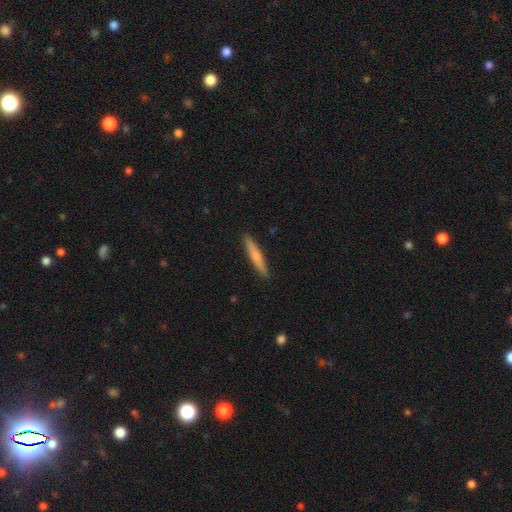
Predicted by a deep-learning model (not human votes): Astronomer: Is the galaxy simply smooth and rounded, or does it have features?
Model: smooth — 68%.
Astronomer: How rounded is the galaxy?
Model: cigar-shaped — 94%.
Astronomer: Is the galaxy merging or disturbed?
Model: none — 91%.